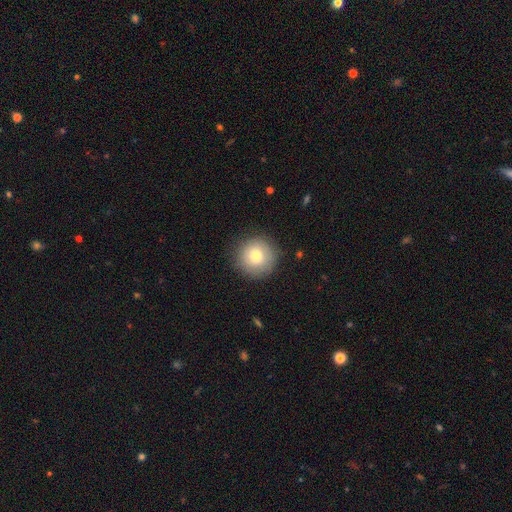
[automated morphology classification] smooth-or-featured: smooth: 78% | featured or disk: 13% | star or artifact: 9%
  how-rounded: round: 95% | in between: 5% | cigar-shaped: 1%
  merging: none: 87% | minor disturbance: 9% | major disturbance: 3% | merger: 1%